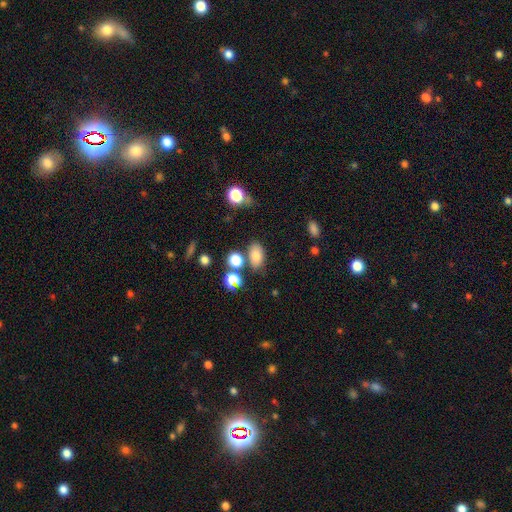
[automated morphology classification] This is likely a smooth galaxy (79%). How rounded: clearly in between (86%). Merging: likely none (71%).